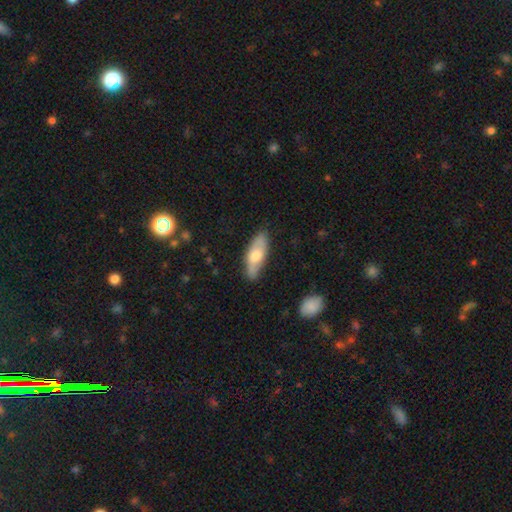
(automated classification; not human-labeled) The model was most divided on "smooth or featured": smooth: 60%, featured or disk: 34%, star or artifact: 6%. More confident: merging — none (79%); how rounded — in between (67%).